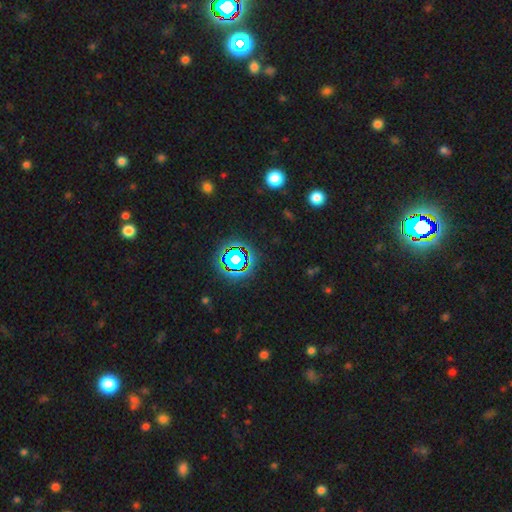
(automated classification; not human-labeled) A star or artifact, not a galaxy (78%).